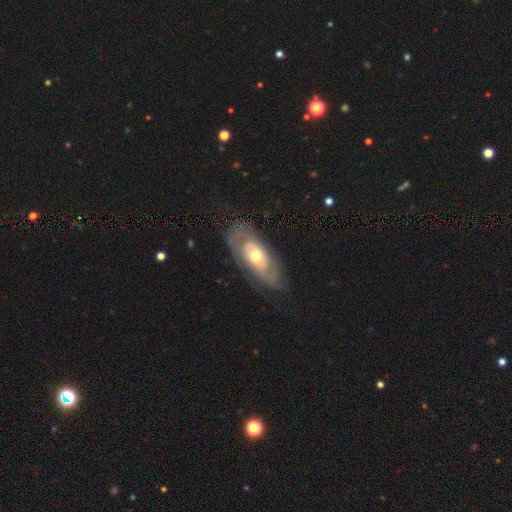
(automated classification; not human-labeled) Smooth or featured? Predicted: featured or disk (p=0.72). Edge-on disk? Predicted: no (p=0.88). Bar? Predicted: no (p=0.76). Spiral arms? Predicted: yes (p=0.67). Bulge size? Predicted: moderate (p=0.70). Merging? Predicted: none (p=0.75).